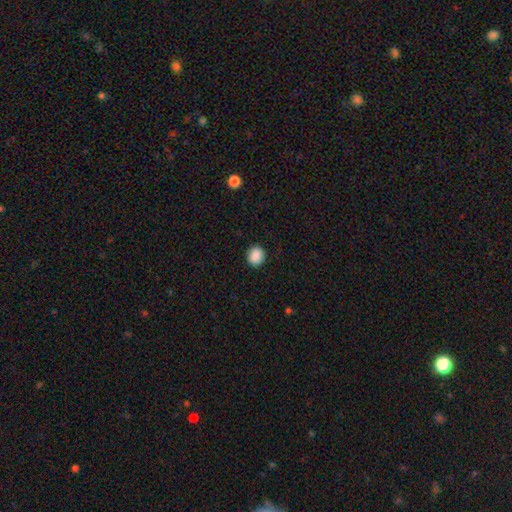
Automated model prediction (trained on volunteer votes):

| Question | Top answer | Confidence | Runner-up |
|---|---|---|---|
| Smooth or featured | smooth | 89% | star or artifact (8%) |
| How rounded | round | 78% | in between (21%) |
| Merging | none | 90% | minor disturbance (7%) |